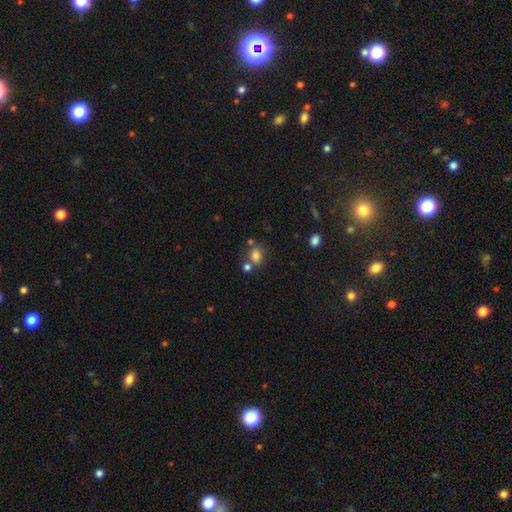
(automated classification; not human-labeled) Smooth or featured? Predicted: smooth (p=0.79). How rounded? Predicted: round (p=0.56). Merging? Predicted: none (p=0.57).